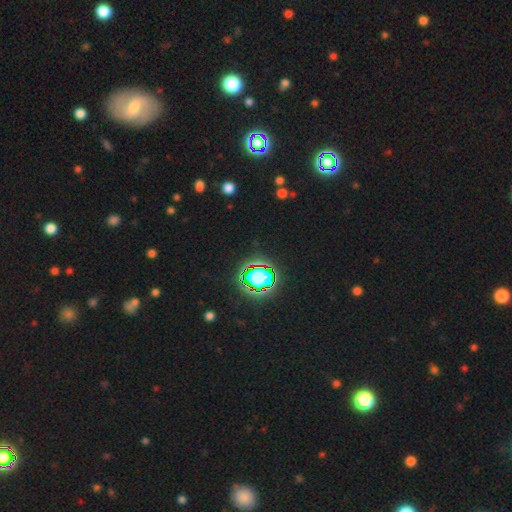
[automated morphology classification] Overall: star or artifact (78%).